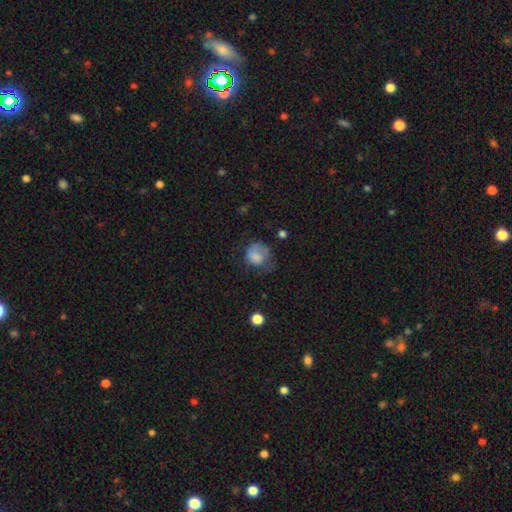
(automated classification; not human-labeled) A smooth galaxy with no disk features (75%) that is round (69%).

Vote fractions:
- Smooth or featured? smooth: 75% / featured or disk: 16% / star or artifact: 9%
- How rounded? round: 69% / in between: 30% / cigar-shaped: 1%
- Merging? none: 36% / minor disturbance: 31% / major disturbance: 30% / merger: 3%